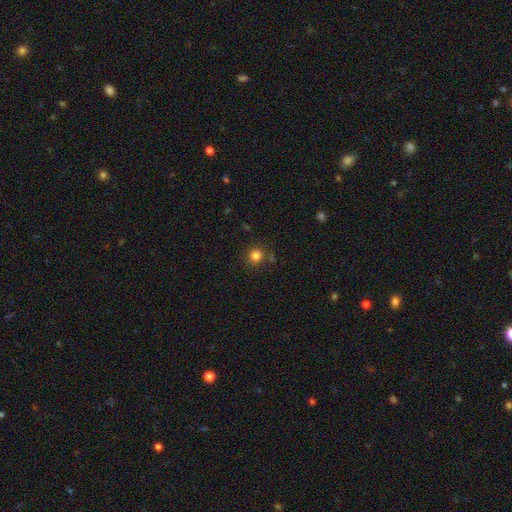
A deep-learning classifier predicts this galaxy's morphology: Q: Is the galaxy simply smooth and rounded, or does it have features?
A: smooth — 83%.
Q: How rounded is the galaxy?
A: round — 91%.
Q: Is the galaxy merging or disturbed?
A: none — 83%.